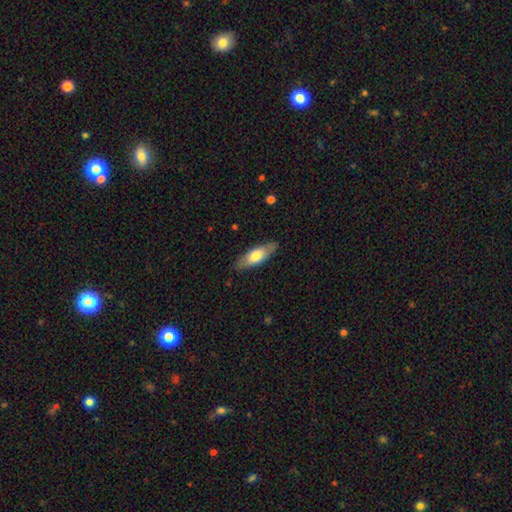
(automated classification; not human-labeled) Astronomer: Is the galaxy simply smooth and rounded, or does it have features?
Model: smooth — 64%.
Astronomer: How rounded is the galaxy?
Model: in between — 61% (runner-up: cigar-shaped, 37%).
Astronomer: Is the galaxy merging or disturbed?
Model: none — 84%.